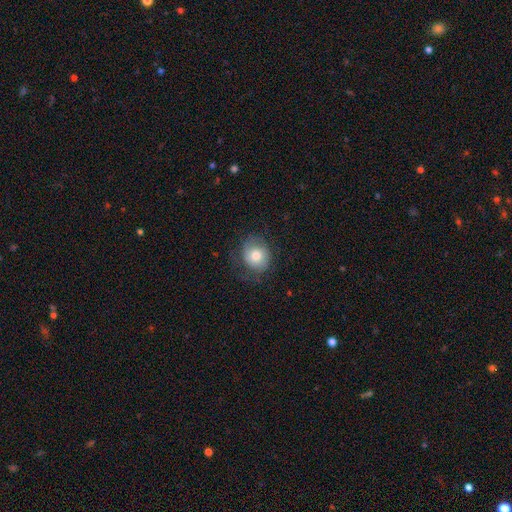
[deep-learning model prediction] smooth 68%, featured or disk 24%, star or artifact 8%. Down the decision tree: how rounded — round (75%); merging — none (66%).